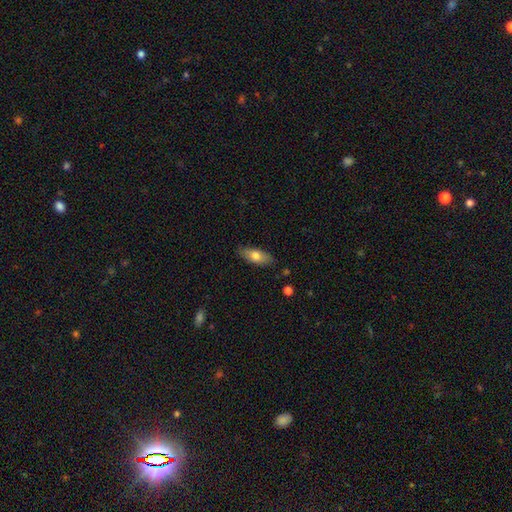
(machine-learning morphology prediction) smooth-or-featured: smooth: 73% | featured or disk: 21% | star or artifact: 6%
  how-rounded: in between: 78% | cigar-shaped: 19% | round: 3%
  merging: none: 85% | minor disturbance: 12% | major disturbance: 2% | merger: 1%